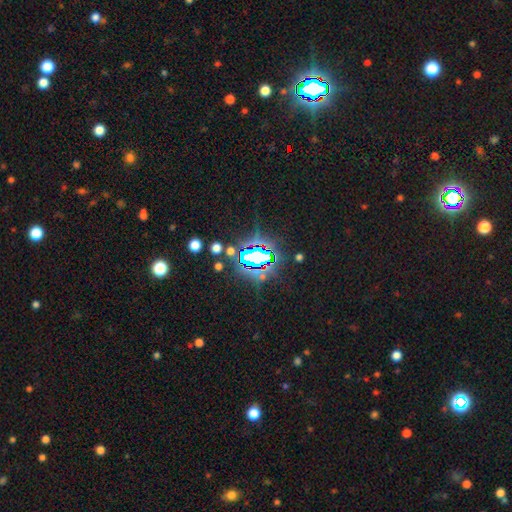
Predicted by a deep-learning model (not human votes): Morphology: type=star or artifact (74%).